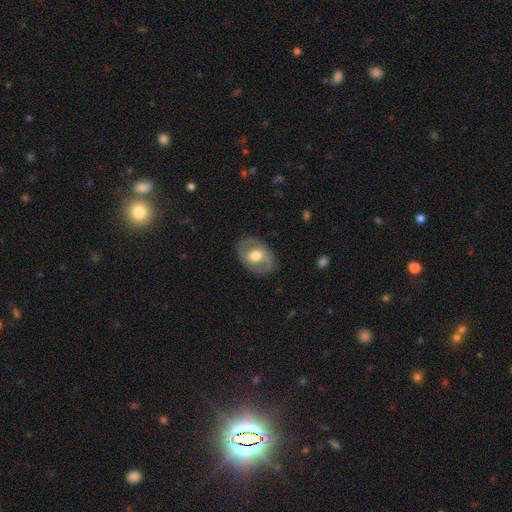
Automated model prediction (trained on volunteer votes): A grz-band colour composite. It shows a featured or disk galaxy (56%) with no bar (53%), spiral arms (51%) and a moderate central bulge (61%). Merging: none (81%).